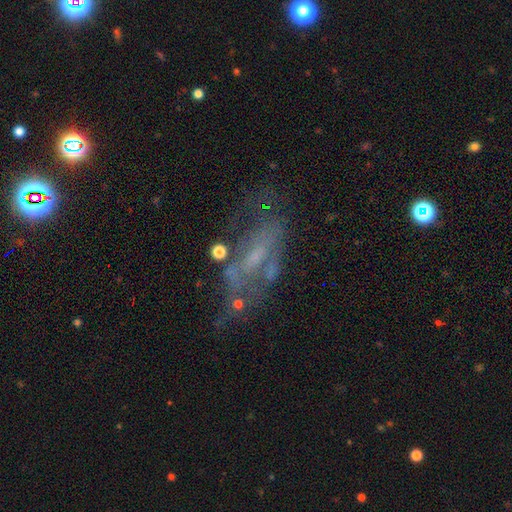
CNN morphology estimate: A featured or disk galaxy (61%) with no bar (53%), no spiral arms (59%) and a small central bulge (44%). Merging: none (46%).